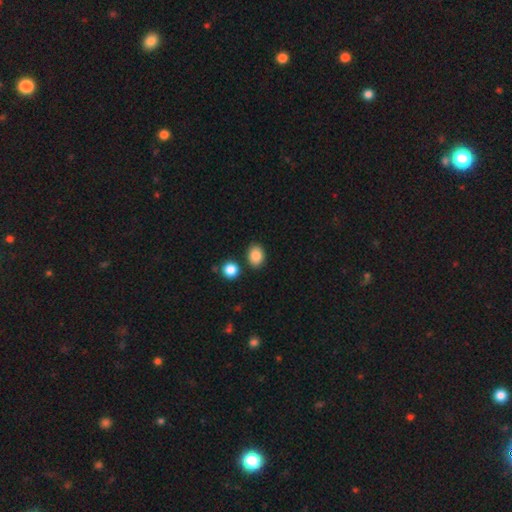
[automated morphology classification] A smooth galaxy with no disk features (87%) that is in between round and cigar-shaped (64%). Merging: none (81%).